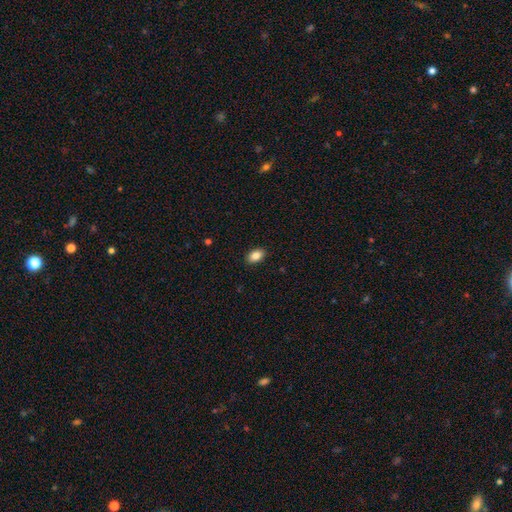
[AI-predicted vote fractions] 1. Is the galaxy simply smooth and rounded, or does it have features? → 86% smooth, 8% star or artifact, 6% featured or disk.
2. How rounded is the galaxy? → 88% in between, 10% round, 1% cigar-shaped.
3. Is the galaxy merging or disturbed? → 90% none, 7% minor disturbance, 2% major disturbance, 1% merger.